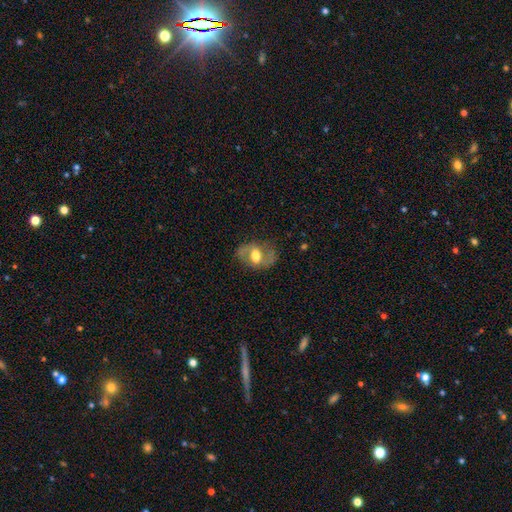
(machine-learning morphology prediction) Q: Smooth or featured?
A: featured or disk (61%); runner-up: smooth (31%)
Q: Edge-on disk?
A: no (94%); runner-up: yes (6%)
Q: Bar?
A: no (42%); runner-up: weak (40%)
Q: Spiral arms?
A: yes (67%); runner-up: no (33%)
Q: Bulge size?
A: moderate (57%); runner-up: large (33%)
Q: Merging?
A: none (68%); runner-up: minor disturbance (19%)